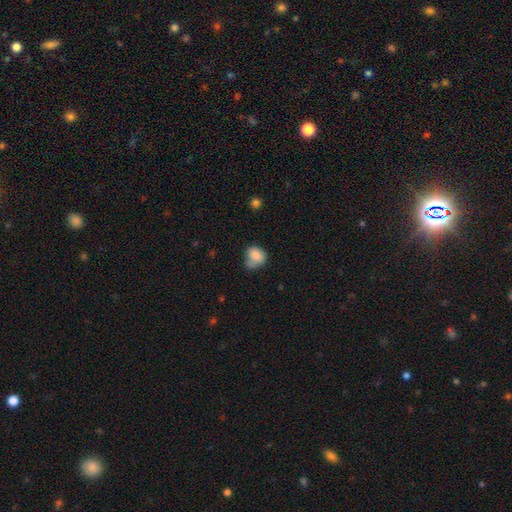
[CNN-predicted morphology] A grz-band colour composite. It shows a smooth galaxy with no disk features (83%) that is round (55%). Merging: none (42%).